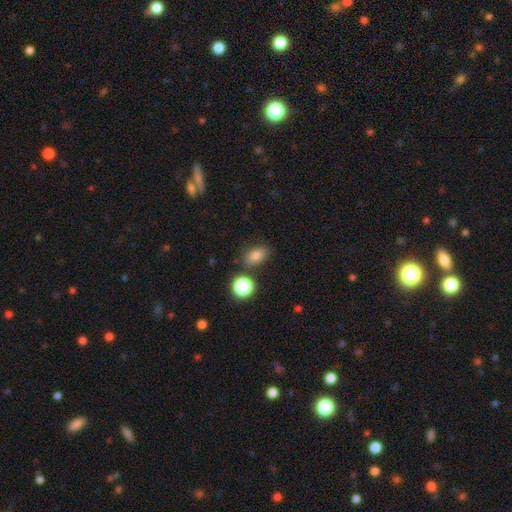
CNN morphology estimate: Overall: smooth (75%). How rounded: in between (71%). Merging: none (76%).